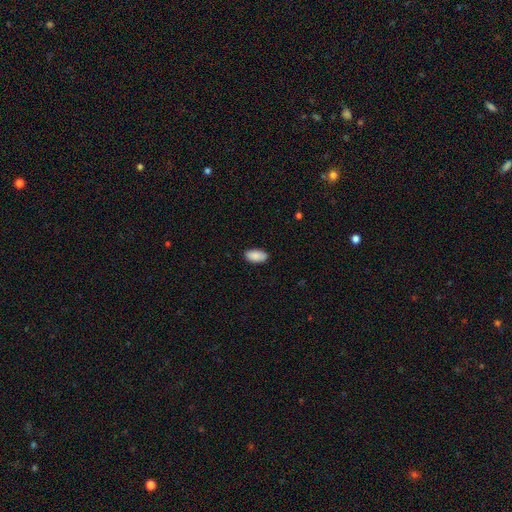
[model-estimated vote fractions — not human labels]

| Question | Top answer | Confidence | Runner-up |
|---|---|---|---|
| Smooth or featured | smooth | 89% | star or artifact (6%) |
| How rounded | in between | 94% | cigar-shaped (3%) |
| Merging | none | 87% | minor disturbance (10%) |